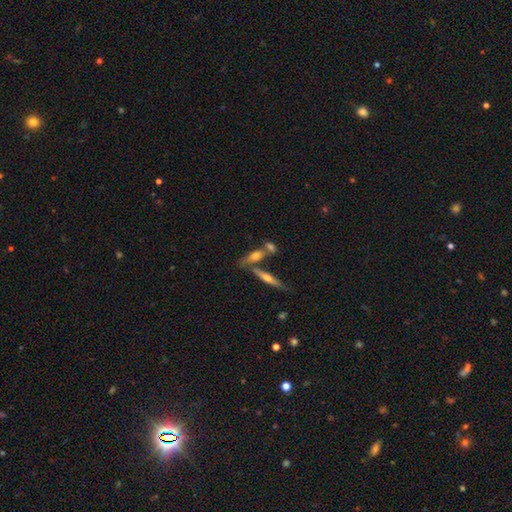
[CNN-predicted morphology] This appears to be a smooth galaxy with no disk features (50%). Merging: none (48%).